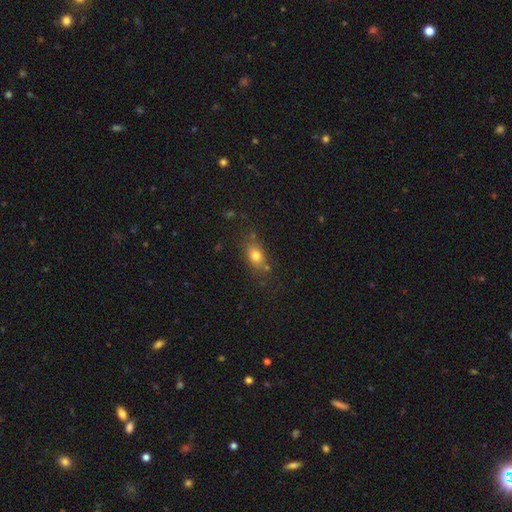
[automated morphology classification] Smooth or featured: smooth — 78% (featured or disk — 11%)
How rounded: in between — 74% (round — 22%)
Merging: none — 72% (minor disturbance — 17%)